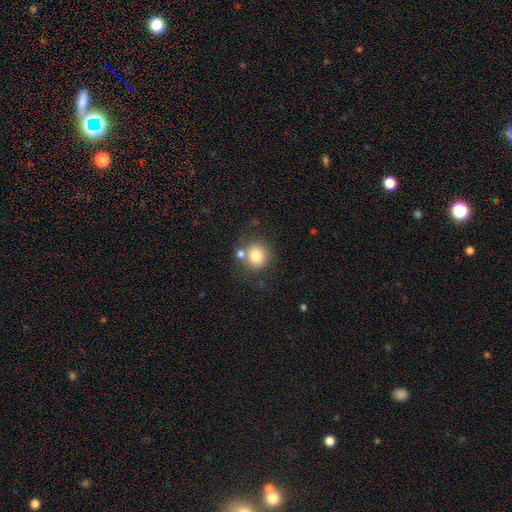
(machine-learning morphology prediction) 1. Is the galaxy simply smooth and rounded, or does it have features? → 81% smooth, 10% star or artifact, 9% featured or disk.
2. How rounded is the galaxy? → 81% round, 18% in between, 1% cigar-shaped.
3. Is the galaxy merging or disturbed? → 64% none, 18% merger, 13% minor disturbance, 5% major disturbance.